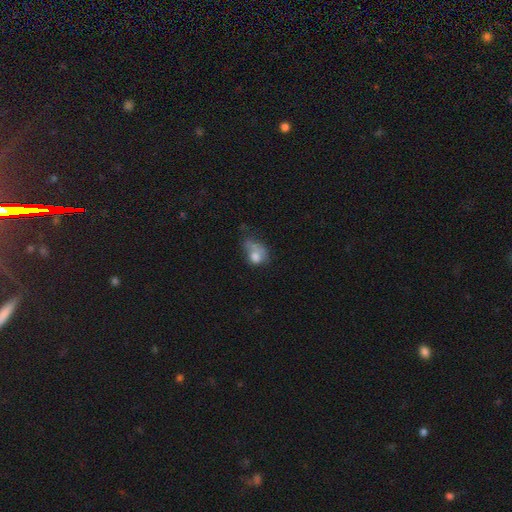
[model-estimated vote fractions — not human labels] smooth_or_featured: smooth (p=0.66) [alt: featured or disk p=0.22]
how_rounded: in between (p=0.66) [alt: round p=0.32]
merging: major disturbance (p=0.44) [alt: minor disturbance p=0.24]